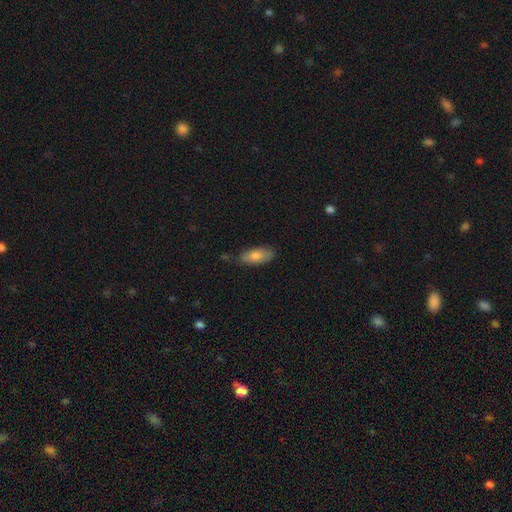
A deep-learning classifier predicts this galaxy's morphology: smooth_or_featured: smooth (p=0.76) [alt: featured or disk p=0.17]
how_rounded: in between (p=0.85) [alt: cigar-shaped p=0.13]
merging: none (p=0.76) [alt: minor disturbance p=0.19]